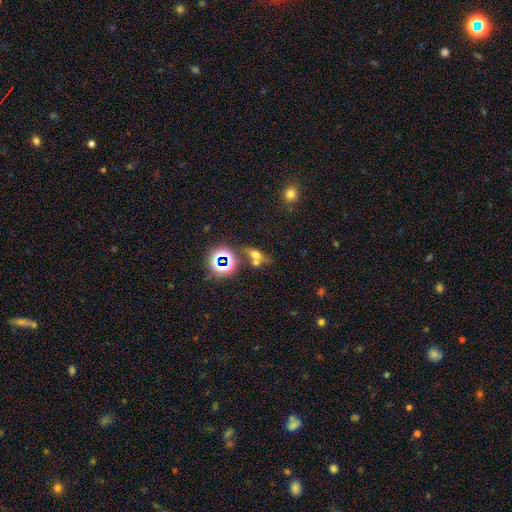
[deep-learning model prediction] Q: Smooth or featured?
A: smooth (48%); runner-up: star or artifact (32%)
Q: Merging?
A: none (50%); runner-up: merger (31%)